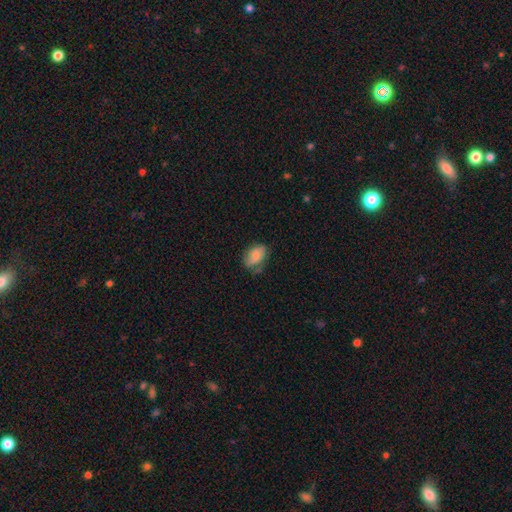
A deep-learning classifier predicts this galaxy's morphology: type=smooth (77%); roundness=in between (86%); merging=none (55%).